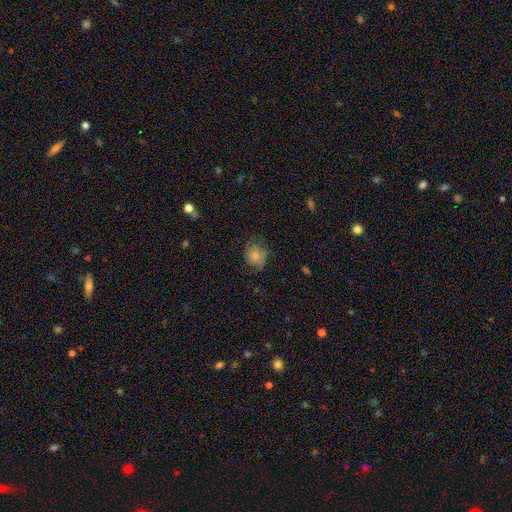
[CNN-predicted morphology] Smooth or featured? smooth (75%)
How rounded? round (67%)
Merging? none (61%)